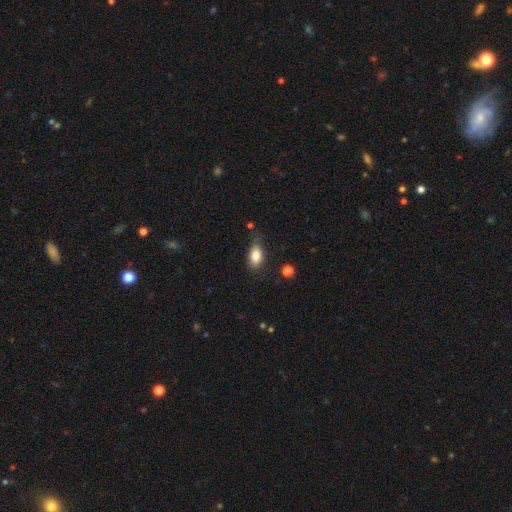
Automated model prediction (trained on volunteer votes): Q: Smooth or featured?
A: smooth (83%); runner-up: featured or disk (10%)
Q: How rounded?
A: in between (88%); runner-up: round (8%)
Q: Merging?
A: none (70%); runner-up: minor disturbance (22%)